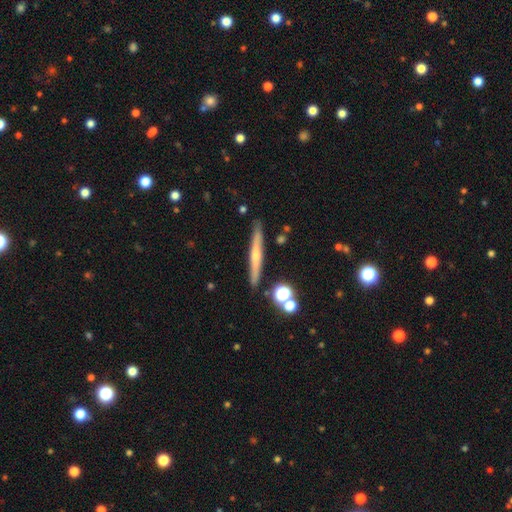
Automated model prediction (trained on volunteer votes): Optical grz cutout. It shows a featured or disk galaxy (57%) viewed edge-on (96%) with a rounded central bulge (66%). Merging: none (88%).